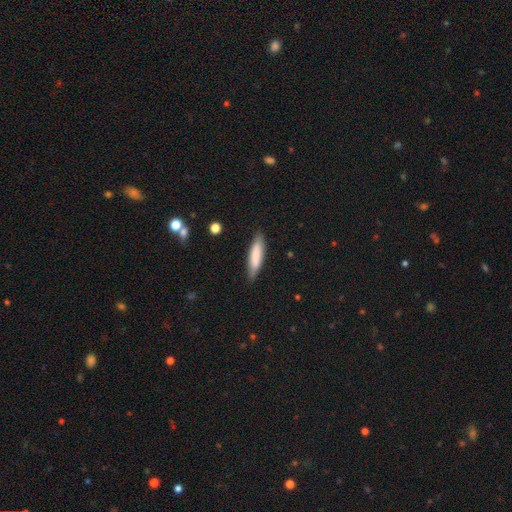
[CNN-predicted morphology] This appears to be a smooth galaxy with no disk features (79%) that is cigar-shaped (72%). Merging: none (84%).